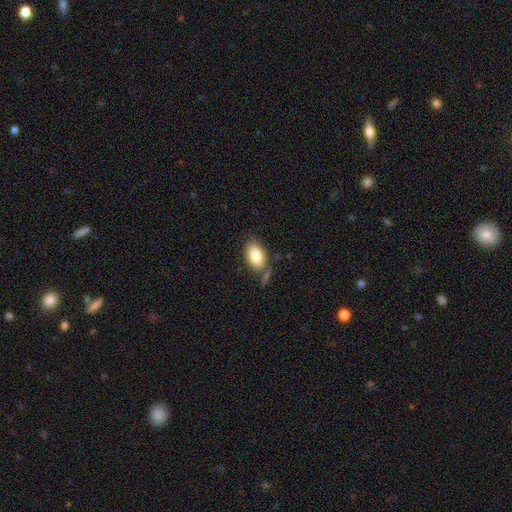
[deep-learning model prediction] Q: Smooth or featured?
A: smooth (84%); runner-up: featured or disk (9%)
Q: How rounded?
A: in between (92%); runner-up: round (6%)
Q: Merging?
A: none (66%); runner-up: minor disturbance (18%)